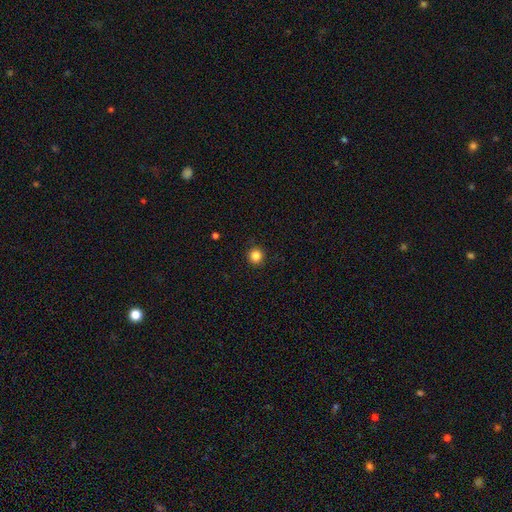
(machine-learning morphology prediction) smooth 84%, star or artifact 12%, featured or disk 4%. Down the decision tree: how rounded — round (95%); merging — none (93%).